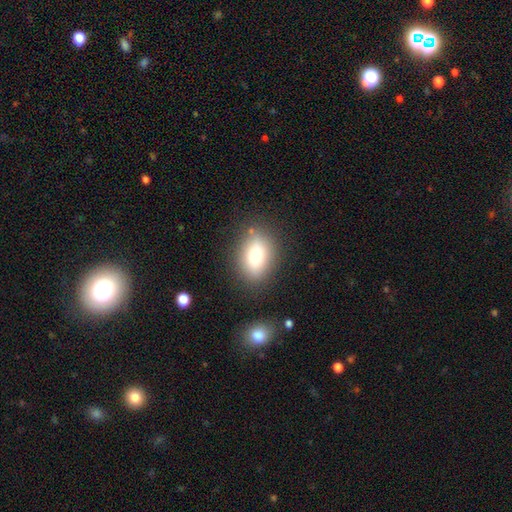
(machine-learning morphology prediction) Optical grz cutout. It shows a smooth galaxy with no disk features (72%) that is in between round and cigar-shaped (67%). Merging: none (81%).